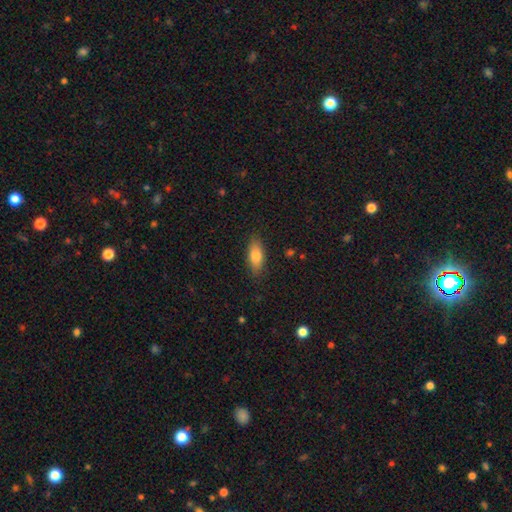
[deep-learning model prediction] A smooth galaxy with no disk features (81%) that is in between round and cigar-shaped (78%). Merging: none (85%).